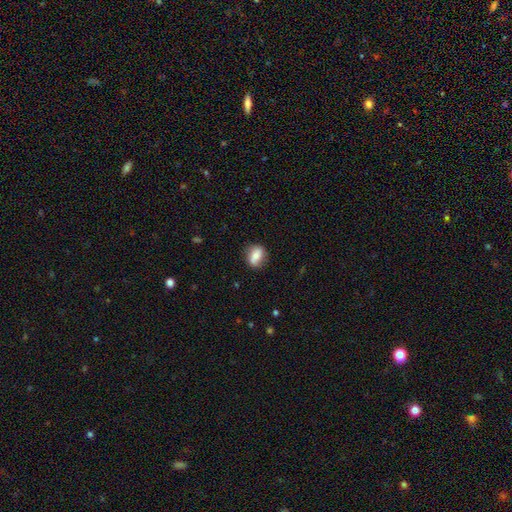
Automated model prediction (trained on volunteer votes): Overall: smooth (73%). How rounded: in between (61%; round 36%). Merging: none (76%).